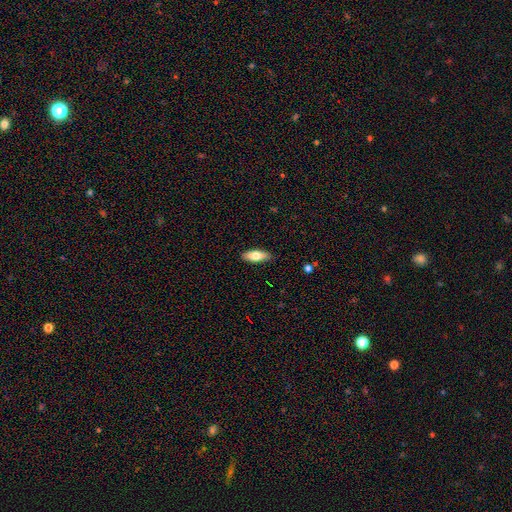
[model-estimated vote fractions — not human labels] Smooth or featured: smooth — 73% (featured or disk — 21%)
How rounded: in between — 68% (cigar-shaped — 30%)
Merging: none — 88% (minor disturbance — 9%)